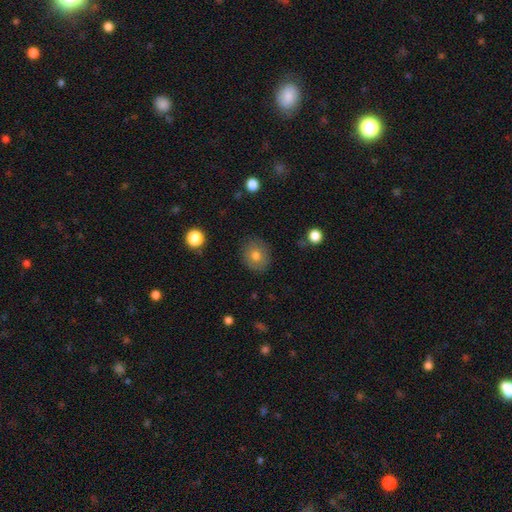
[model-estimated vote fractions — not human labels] The model was most divided on "how rounded": round: 76%, in between: 23%, cigar-shaped: 1%. More confident: merging — none (85%); smooth or featured — smooth (75%).